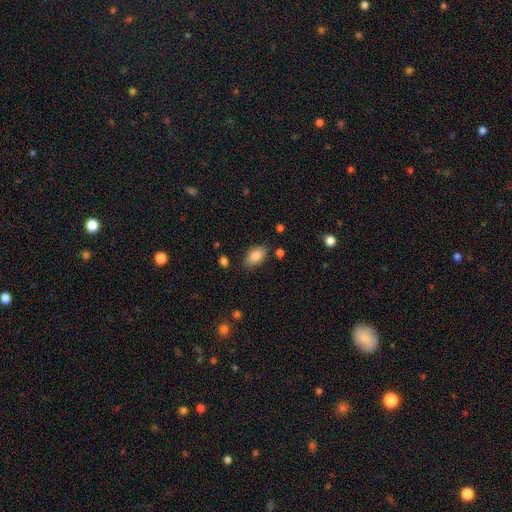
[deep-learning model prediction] Q: Smooth or featured?
A: smooth (86%); runner-up: star or artifact (8%)
Q: How rounded?
A: in between (92%); runner-up: round (6%)
Q: Merging?
A: none (81%); runner-up: minor disturbance (13%)